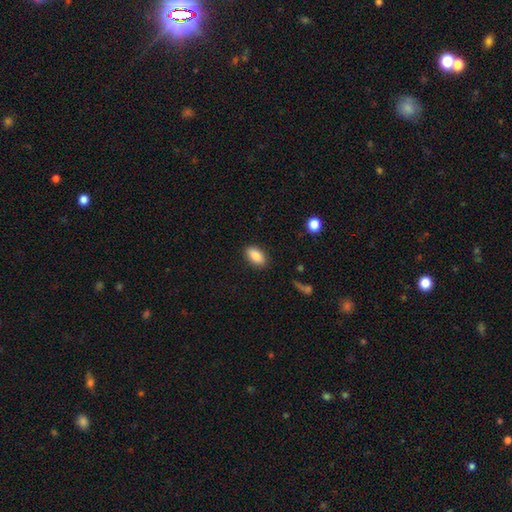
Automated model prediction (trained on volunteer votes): This is clearly a smooth galaxy (87%). How rounded: clearly in between (91%). Merging: clearly none (88%).